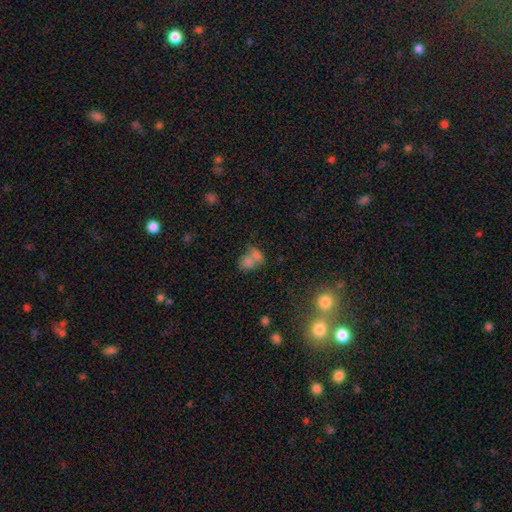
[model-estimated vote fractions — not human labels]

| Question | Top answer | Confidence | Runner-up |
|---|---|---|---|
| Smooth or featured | smooth | 71% | star or artifact (15%) |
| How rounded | in between | 61% | round (37%) |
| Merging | merger | 63% | none (23%) |